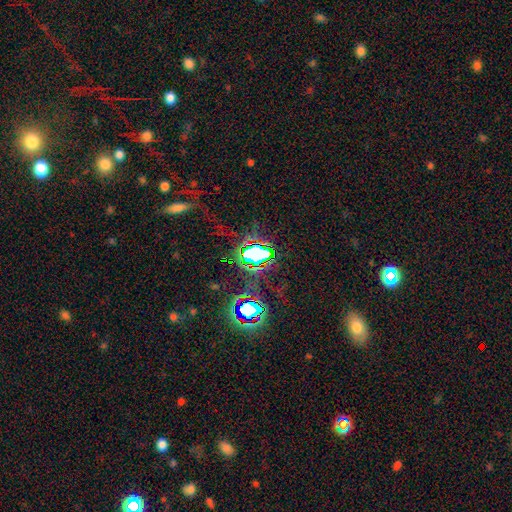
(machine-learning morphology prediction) smooth-or-featured: star or artifact: 72% | smooth: 15% | featured or disk: 13%